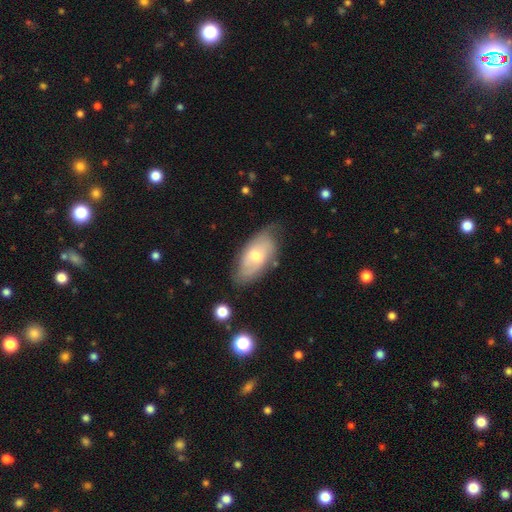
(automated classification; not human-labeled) Smooth or featured: featured or disk — 49% (smooth — 44%)
Merging: none — 67% (minor disturbance — 25%)